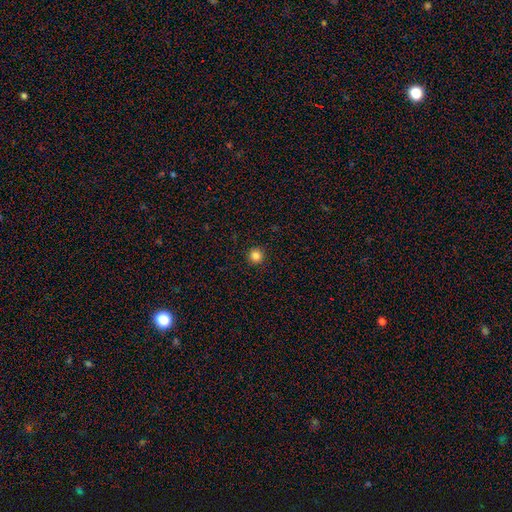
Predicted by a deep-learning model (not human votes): This is clearly a smooth galaxy (84%). How rounded: clearly round (95%). Merging: clearly none (93%).